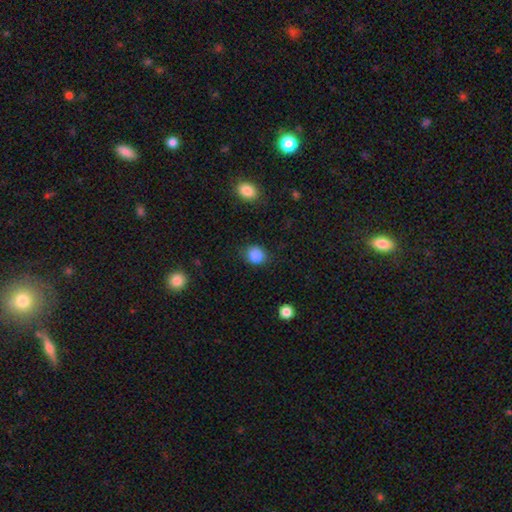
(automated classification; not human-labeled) smooth_or_featured: smooth (p=0.87) [alt: star or artifact p=0.10]
how_rounded: round (p=0.69) [alt: in between p=0.30]
merging: none (p=0.79) [alt: minor disturbance p=0.15]